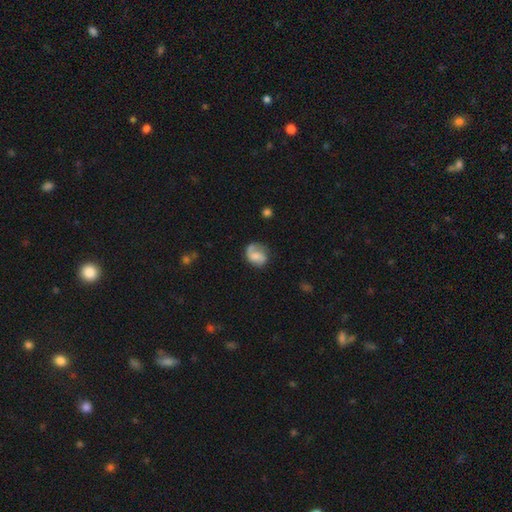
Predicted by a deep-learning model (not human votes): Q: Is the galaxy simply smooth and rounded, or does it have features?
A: featured or disk — 53%.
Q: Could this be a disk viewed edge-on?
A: no — 98%.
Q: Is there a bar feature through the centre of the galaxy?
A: no — 55%.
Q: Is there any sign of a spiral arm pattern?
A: yes — 87%.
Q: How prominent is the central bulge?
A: small — 36%.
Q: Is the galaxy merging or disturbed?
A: none — 57%.